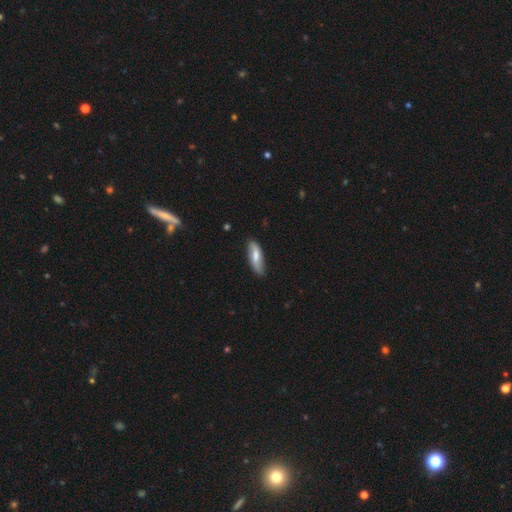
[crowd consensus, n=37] A smooth galaxy with no disk features (59%) that is in between round and cigar-shaped (50%, tied with cigar-shaped). Merging: none (67%).